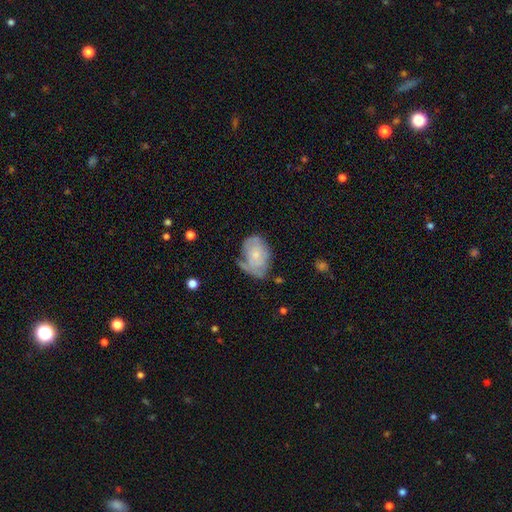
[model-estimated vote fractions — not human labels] Q: Smooth or featured?
A: smooth (47%); runner-up: featured or disk (45%)
Q: Merging?
A: none (47%); runner-up: minor disturbance (33%)